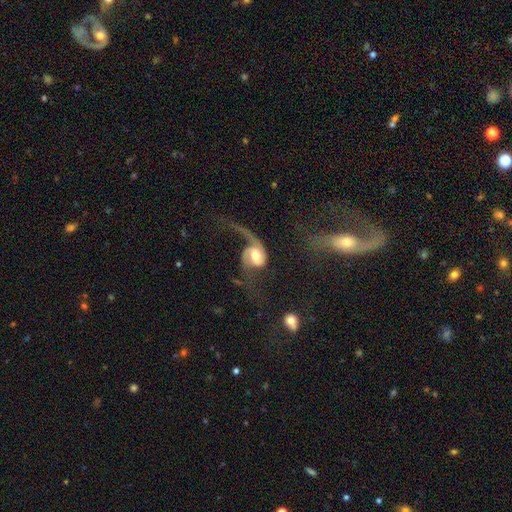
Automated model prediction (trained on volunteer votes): Q: Smooth or featured?
A: featured or disk (84%); runner-up: smooth (11%)
Q: Edge-on disk?
A: no (98%); runner-up: yes (2%)
Q: Bar?
A: no (46%); runner-up: weak (39%)
Q: Spiral arms?
A: yes (95%); runner-up: no (5%)
Q: Spiral winding?
A: loose (60%); runner-up: medium (30%)
Q: Spiral arm count?
A: 2 (67%); runner-up: 1 (27%)
Q: Bulge size?
A: moderate (62%); runner-up: large (20%)
Q: Merging?
A: major disturbance (43%); runner-up: none (37%)